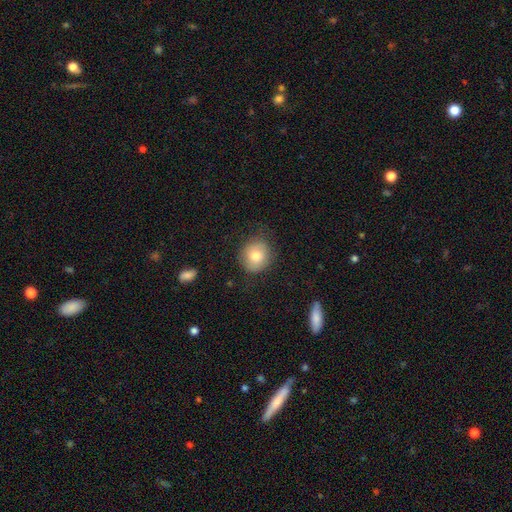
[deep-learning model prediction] smooth 77%, featured or disk 14%, star or artifact 9%. Down the decision tree: how rounded — round (80%); merging — none (78%).